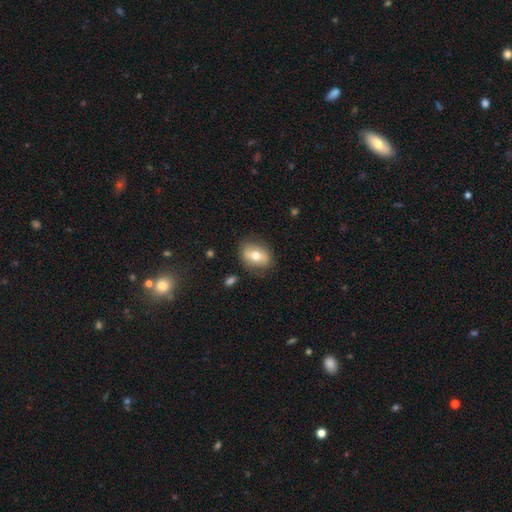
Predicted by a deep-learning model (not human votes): Smooth or featured? smooth (60%)
How rounded? in between (70%)
Merging? none (79%)